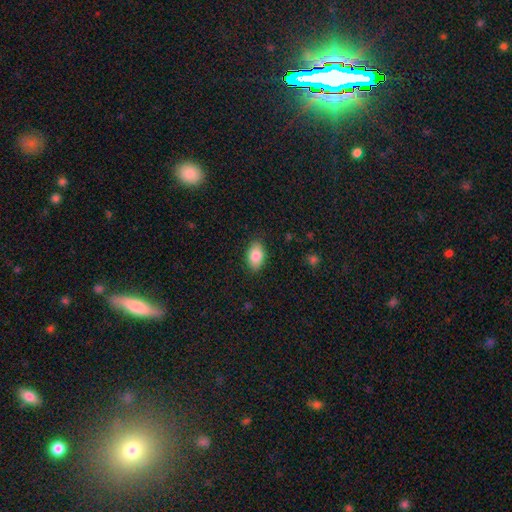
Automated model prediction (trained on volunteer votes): Smooth or featured? Predicted: smooth (p=0.86). How rounded? Predicted: in between (p=0.92). Merging? Predicted: none (p=0.86).